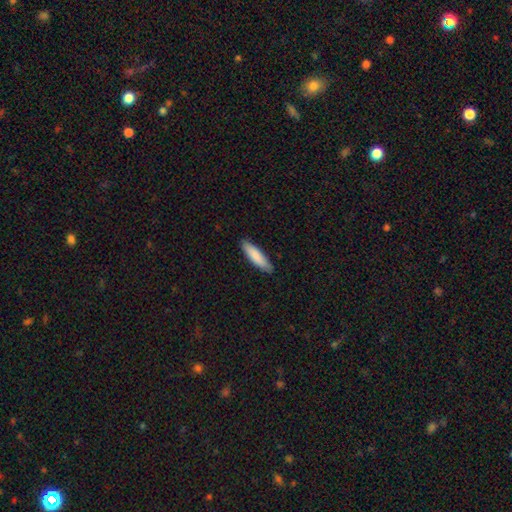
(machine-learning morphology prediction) smooth_or_featured: smooth (p=0.86) [alt: featured or disk p=0.09]
how_rounded: cigar-shaped (p=0.68) [alt: in between p=0.31]
merging: none (p=0.88) [alt: minor disturbance p=0.10]